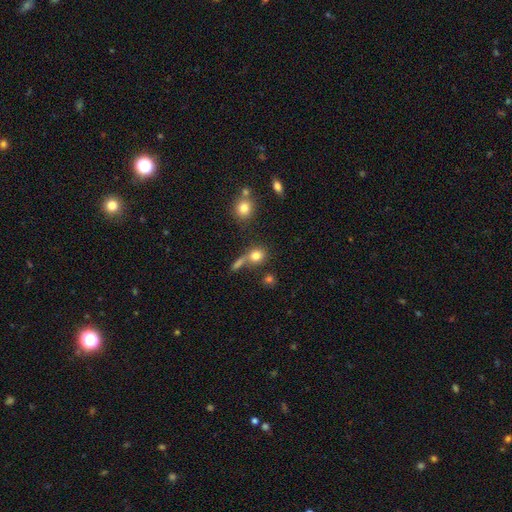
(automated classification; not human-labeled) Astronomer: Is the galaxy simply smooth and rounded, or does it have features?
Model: smooth — 79%.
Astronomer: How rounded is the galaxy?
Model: round — 71%.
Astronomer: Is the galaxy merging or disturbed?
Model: none — 57%.